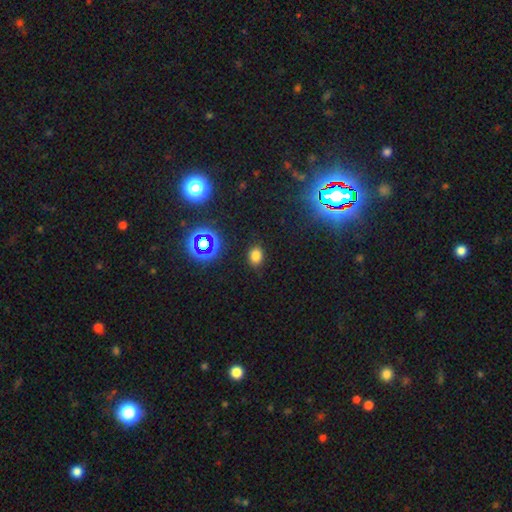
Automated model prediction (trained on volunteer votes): The model was most divided on "how rounded": in between: 66%, round: 33%, cigar-shaped: 1%. More confident: merging — none (84%); smooth or featured — smooth (74%).